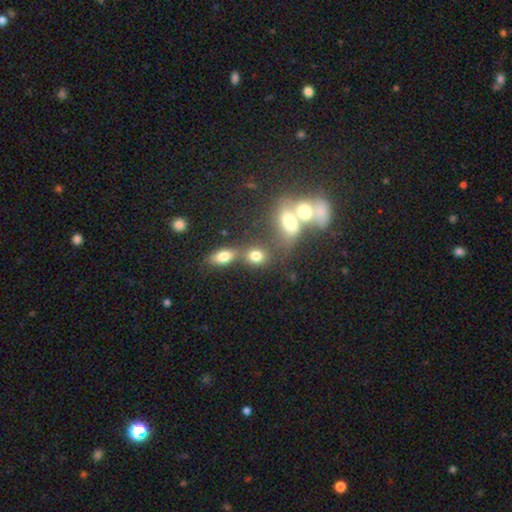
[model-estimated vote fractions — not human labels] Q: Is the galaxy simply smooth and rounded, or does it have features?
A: smooth — 75%.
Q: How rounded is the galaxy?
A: in between — 49%.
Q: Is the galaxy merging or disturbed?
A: merger — 42%.